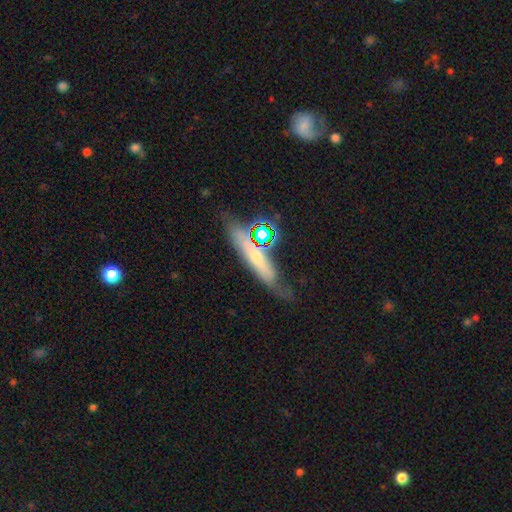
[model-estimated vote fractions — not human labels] smooth-or-featured: featured or disk: 44% | smooth: 42% | star or artifact: 14%
  merging: none: 54% | minor disturbance: 25% | major disturbance: 13% | merger: 8%